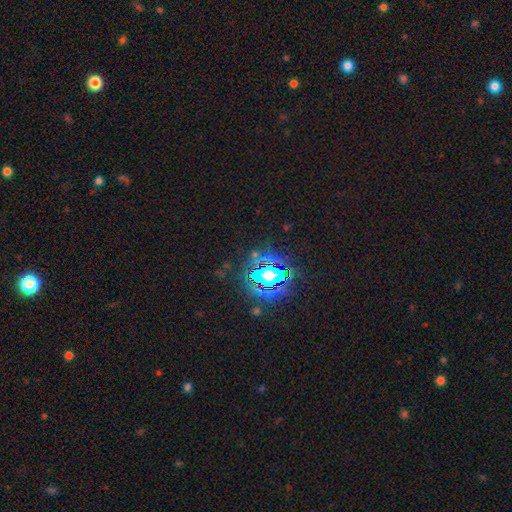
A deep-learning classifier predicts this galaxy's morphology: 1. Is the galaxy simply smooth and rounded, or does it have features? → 76% star or artifact, 14% smooth, 9% featured or disk.